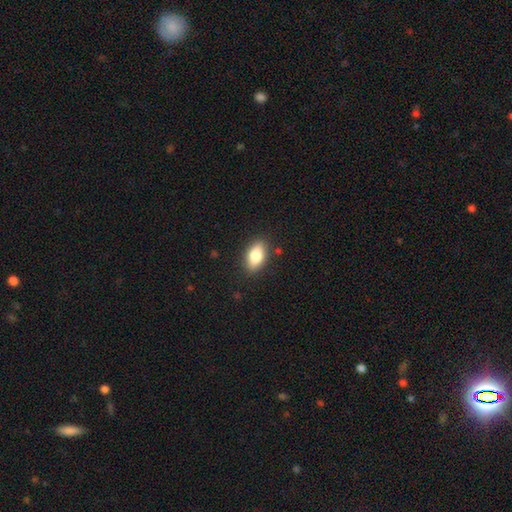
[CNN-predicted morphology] The model was most divided on "smooth or featured": smooth: 79%, featured or disk: 13%, star or artifact: 8%. More confident: how rounded — in between (88%); merging — none (86%).